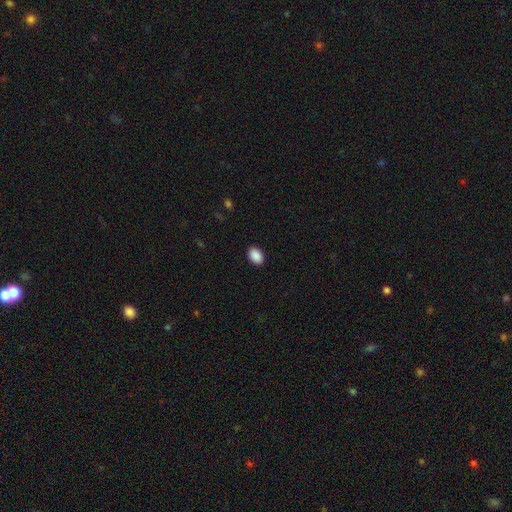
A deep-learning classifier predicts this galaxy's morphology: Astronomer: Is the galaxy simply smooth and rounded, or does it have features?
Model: smooth — 90%.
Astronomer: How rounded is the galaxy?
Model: in between — 82%.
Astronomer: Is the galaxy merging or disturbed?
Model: none — 90%.